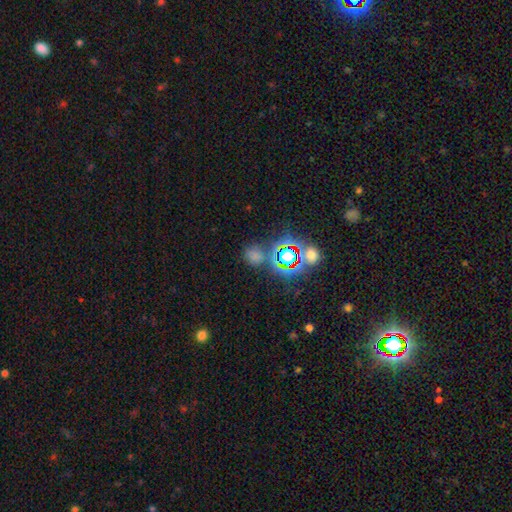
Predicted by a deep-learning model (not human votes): Smooth or featured? Predicted: smooth (p=0.53). How rounded? Predicted: round (p=0.72). Merging? Predicted: none (p=0.72).